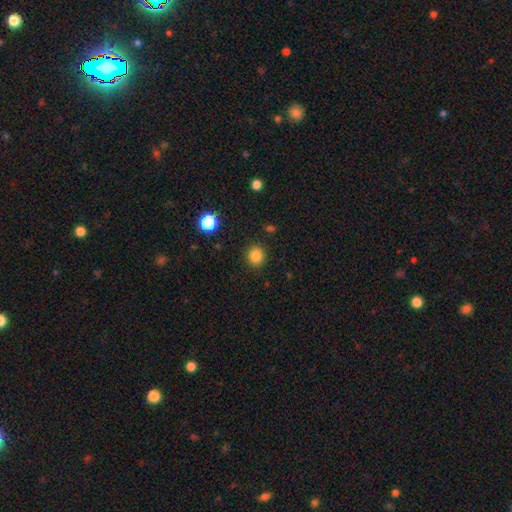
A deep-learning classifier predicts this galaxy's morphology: smooth 84%, star or artifact 12%, featured or disk 4%. Down the decision tree: how rounded — round (88%); merging — none (90%).